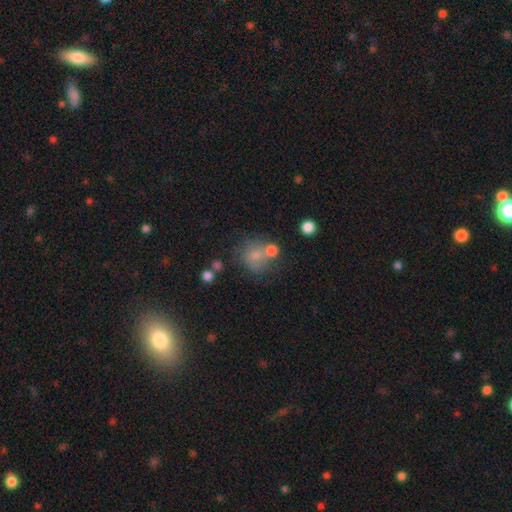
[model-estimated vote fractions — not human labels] This appears to be a smooth galaxy with no disk features (69%) that is round (72%). Merging: none (43%).